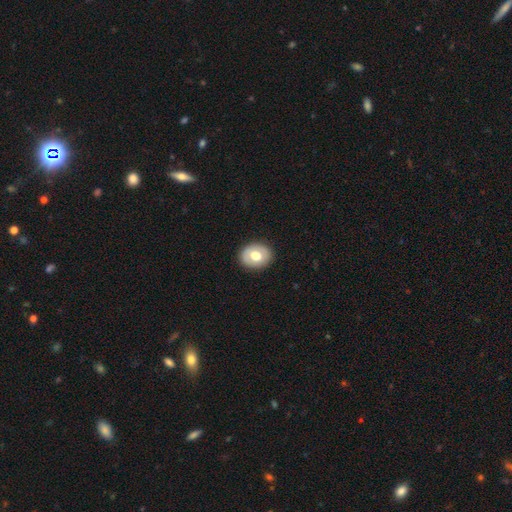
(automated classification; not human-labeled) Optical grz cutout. It shows a smooth galaxy with no disk features (62%) that is round (53%). Merging: none (87%).